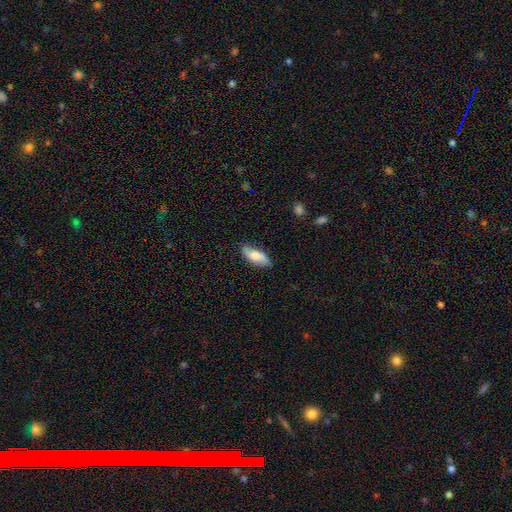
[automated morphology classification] Overall: smooth (62%; featured or disk 31%). How rounded: in between (74%). Merging: none (77%).